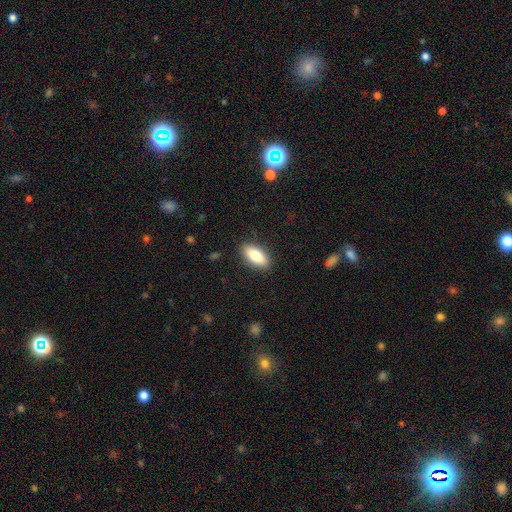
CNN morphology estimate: The model was most divided on "smooth or featured": smooth: 79%, featured or disk: 14%, star or artifact: 7%. More confident: merging — none (88%); how rounded — in between (84%).